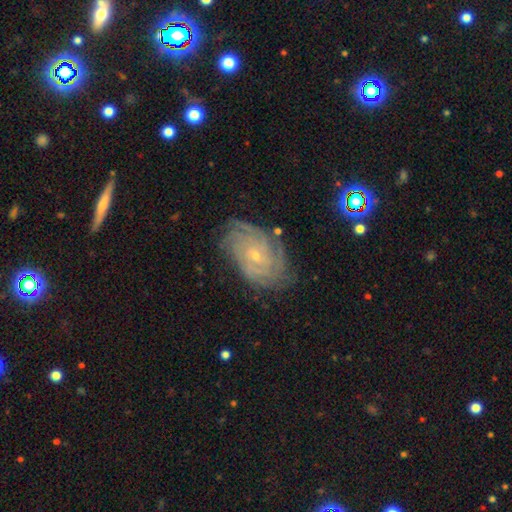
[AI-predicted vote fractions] A featured or disk galaxy (83%) with no bar (63%), tight (77%) spiral arms (96%) and a small central bulge (78%).

Vote fractions:
- Smooth or featured? featured or disk: 83% / smooth: 9% / star or artifact: 8%
- Edge-on disk? no: 96% / yes: 4%
- Bar? no: 63% / weak: 31% / strong: 6%
- Spiral arms? yes: 96% / no: 4%
- Spiral winding? tight: 77% / medium: 19% / loose: 4%
- Spiral arm count? can't tell: 34% / 4: 22% / more than 4: 15% / 3: 12% / 2: 10% / 1: 6%
- Bulge size? small: 78% / moderate: 18% / none: 2% / large: 1% / dominant: 1%
- Merging? none: 74% / minor disturbance: 18% / major disturbance: 6% / merger: 2%